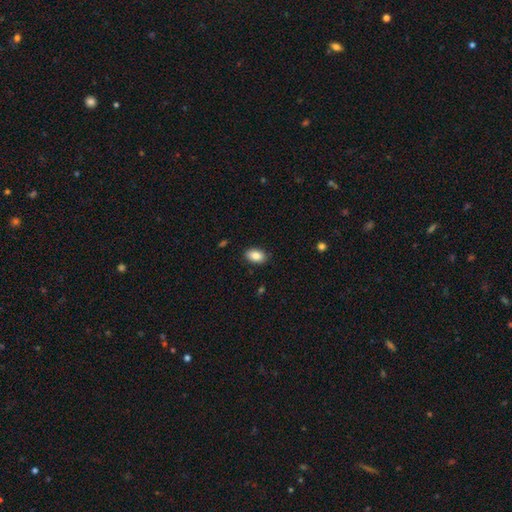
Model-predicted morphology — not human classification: Overall: smooth (86%). How rounded: in between (90%). Merging: none (88%).